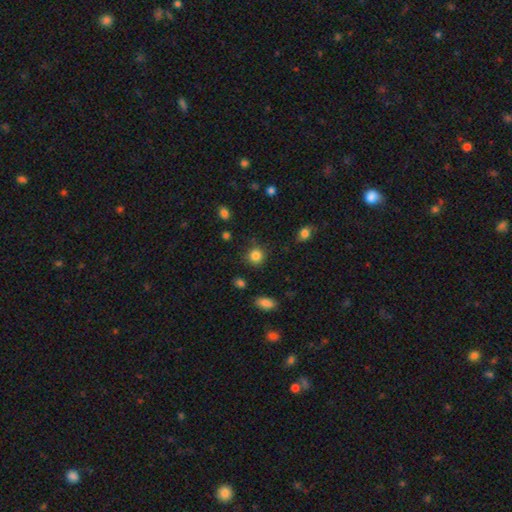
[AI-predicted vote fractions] This is clearly a smooth galaxy (84%). How rounded: clearly round (90%). Merging: clearly none (85%).